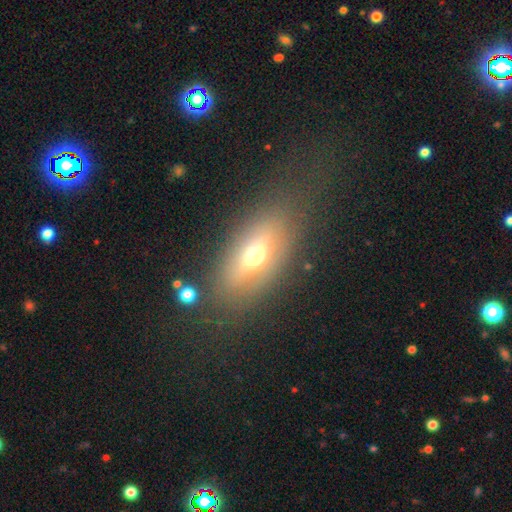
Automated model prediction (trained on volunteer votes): smooth 54%, featured or disk 33%, star or artifact 13%. Down the decision tree: how rounded — in between (79%); merging — none (76%).